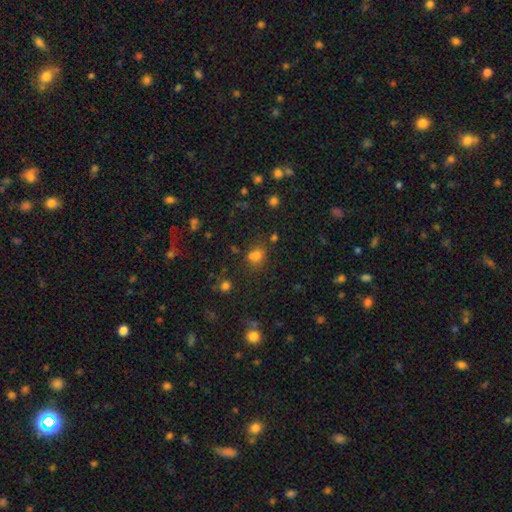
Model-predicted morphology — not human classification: type=smooth (70%); roundness=round (57%); merging=none (56%).